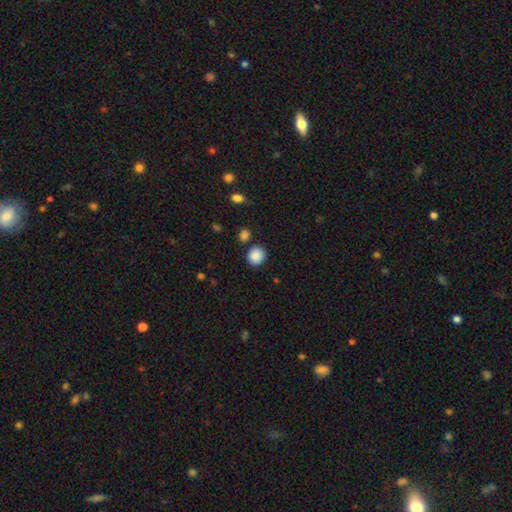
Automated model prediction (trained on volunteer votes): Smooth or featured? Predicted: smooth (p=0.88). How rounded? Predicted: round (p=0.85). Merging? Predicted: none (p=0.85).